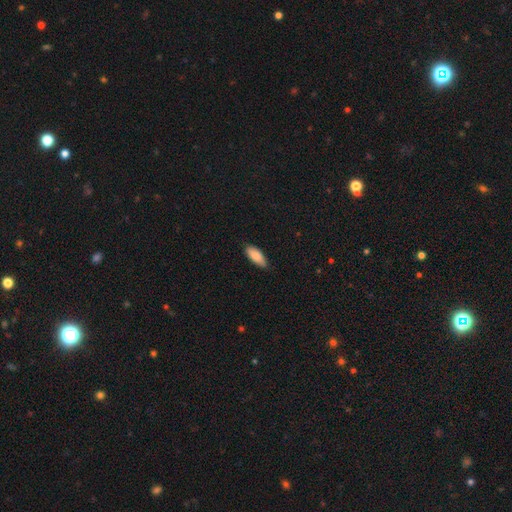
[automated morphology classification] type=smooth (87%); roundness=in between (80%); merging=none (82%).